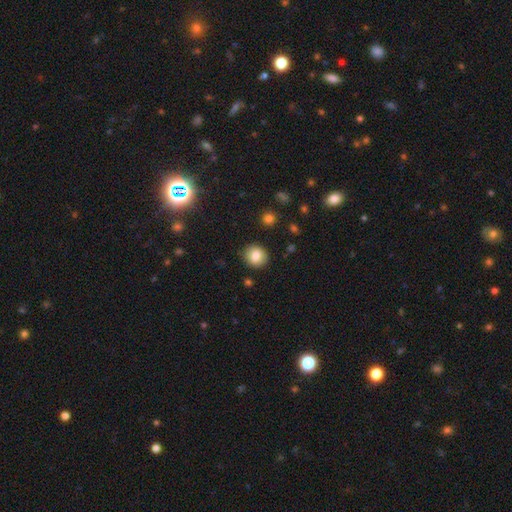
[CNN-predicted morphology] This appears to be a smooth galaxy with no disk features (82%) that is round (84%). Merging: none (89%).